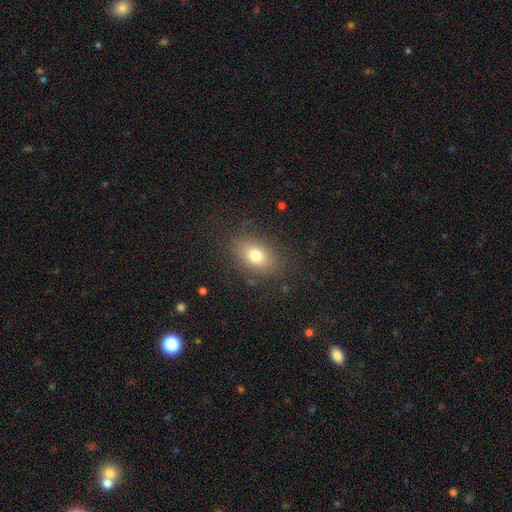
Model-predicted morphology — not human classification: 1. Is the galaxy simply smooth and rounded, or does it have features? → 76% smooth, 13% featured or disk, 11% star or artifact.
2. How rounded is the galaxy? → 80% in between, 19% round, 2% cigar-shaped.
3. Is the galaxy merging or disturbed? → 81% none, 12% minor disturbance, 5% major disturbance, 1% merger.